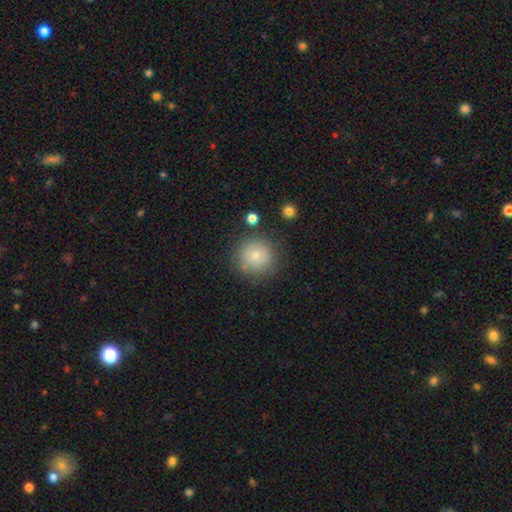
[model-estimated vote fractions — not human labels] The model was most divided on "smooth or featured": smooth: 79%, featured or disk: 11%, star or artifact: 9%. More confident: how rounded — round (94%); merging — none (80%).